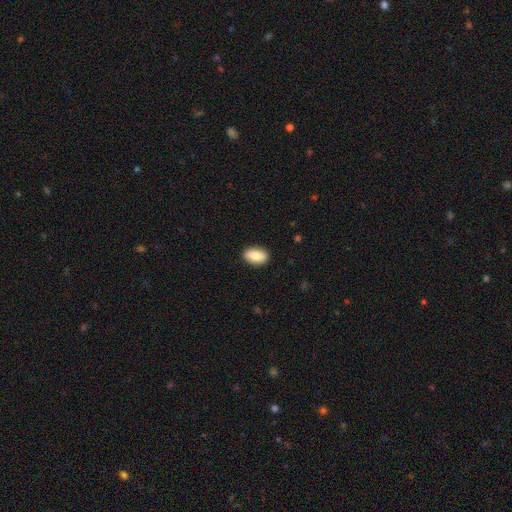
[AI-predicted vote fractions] Q: Smooth or featured?
A: smooth (81%); runner-up: featured or disk (12%)
Q: How rounded?
A: in between (88%); runner-up: round (9%)
Q: Merging?
A: none (89%); runner-up: minor disturbance (8%)